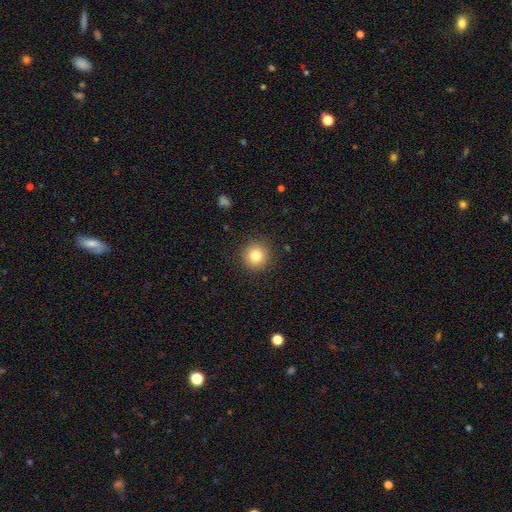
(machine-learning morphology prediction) A smooth galaxy with no disk features (82%) that is round (94%).

Vote fractions:
- Smooth or featured? smooth: 82% / star or artifact: 11% / featured or disk: 7%
- How rounded? round: 94% / in between: 5% / cigar-shaped: 1%
- Merging? none: 91% / minor disturbance: 6% / major disturbance: 2% / merger: 1%